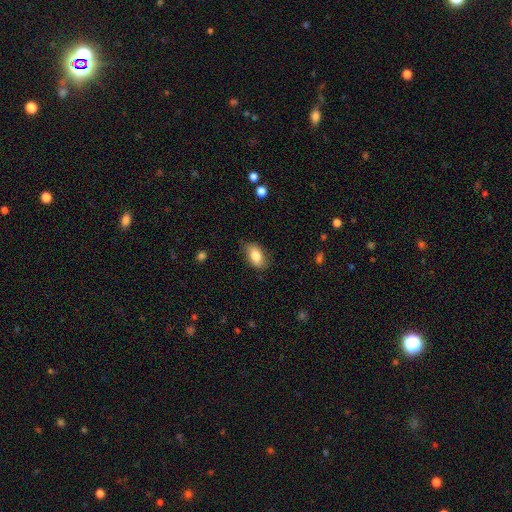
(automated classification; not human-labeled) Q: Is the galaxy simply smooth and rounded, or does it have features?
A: smooth — 82%.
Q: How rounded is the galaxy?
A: in between — 90%.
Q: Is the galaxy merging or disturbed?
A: none — 77%.